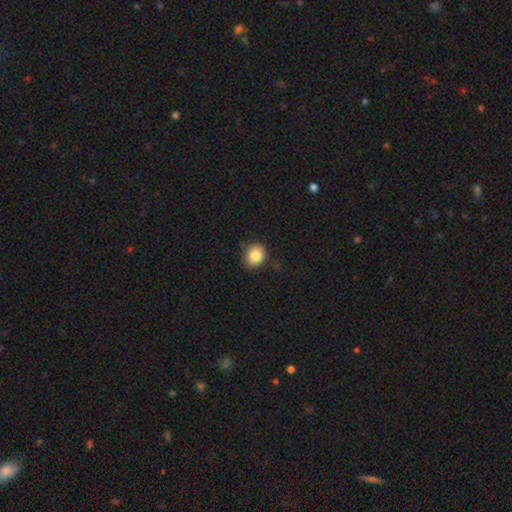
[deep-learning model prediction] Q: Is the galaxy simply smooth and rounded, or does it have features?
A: smooth — 84%.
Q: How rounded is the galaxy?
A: round — 74%.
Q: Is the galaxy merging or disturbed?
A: none — 84%.